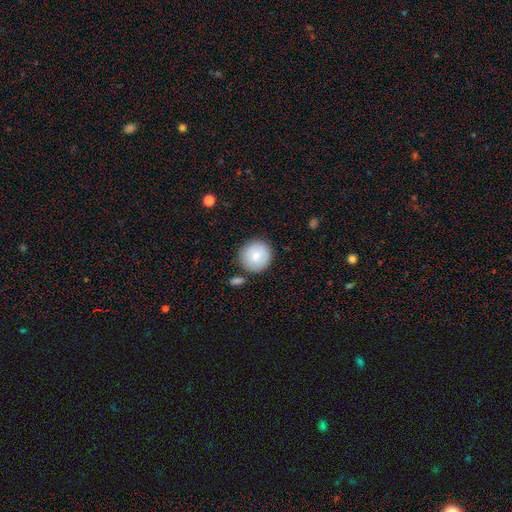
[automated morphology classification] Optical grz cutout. It shows a smooth galaxy with no disk features (81%) that is round (95%). Merging: none (82%).